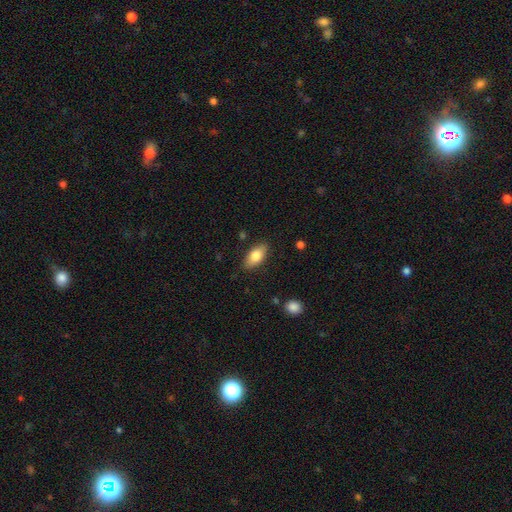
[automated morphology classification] A smooth galaxy with no disk features (80%) that is in between round and cigar-shaped (89%).

Vote fractions:
- Smooth or featured? smooth: 80% / featured or disk: 13% / star or artifact: 7%
- How rounded? in between: 89% / cigar-shaped: 8% / round: 3%
- Merging? none: 85% / minor disturbance: 11% / major disturbance: 2% / merger: 1%